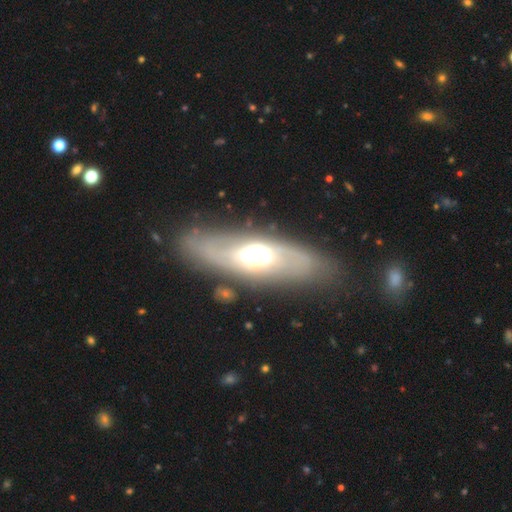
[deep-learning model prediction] smooth_or_featured: featured or disk (p=0.65) [alt: smooth p=0.28]
disk_edge_on: no (p=0.70) [alt: yes p=0.30]
merging: none (p=0.80) [alt: minor disturbance p=0.12]